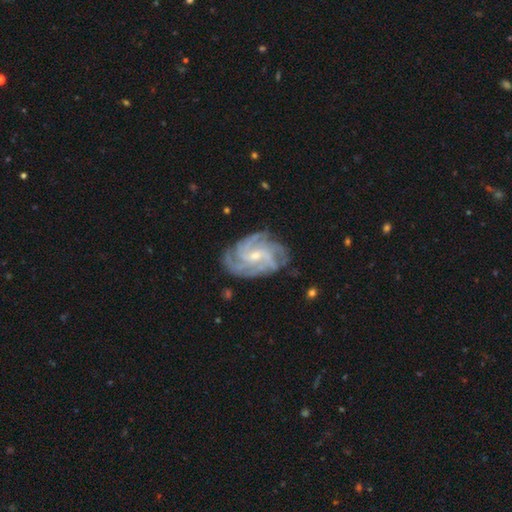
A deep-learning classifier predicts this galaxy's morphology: type=featured or disk (90%); edge-on=no (97%); bar=weak (46%); spiral arms=yes (98%); winding=tight (57%); arm count=4 (41%); bulge=small (59%); merging=none (77%).